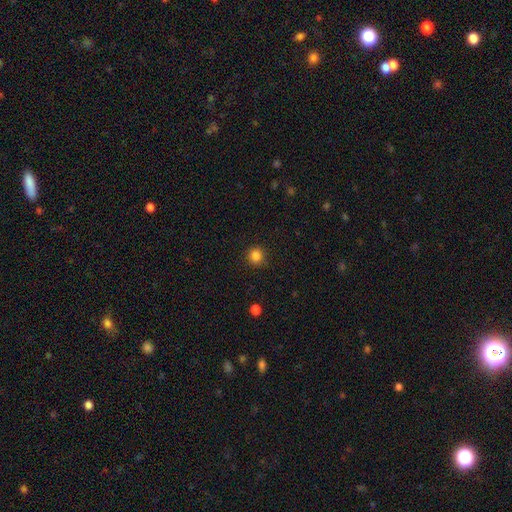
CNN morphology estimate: Smooth or featured? smooth (85%)
How rounded? round (93%)
Merging? none (90%)